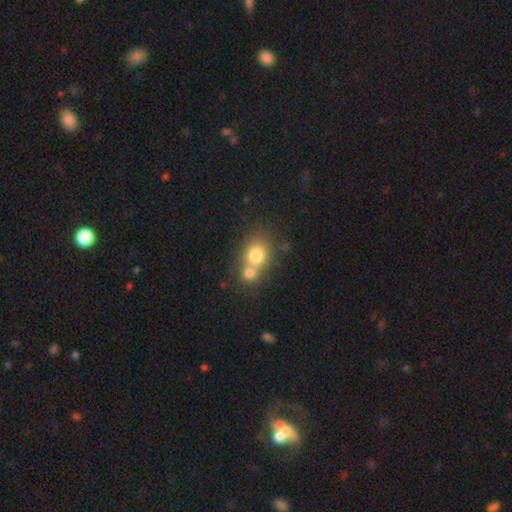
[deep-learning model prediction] The model was most divided on "how rounded": round: 61%, in between: 38%, cigar-shaped: 1%. More confident: smooth or featured — smooth (76%); merging — merger (57%).